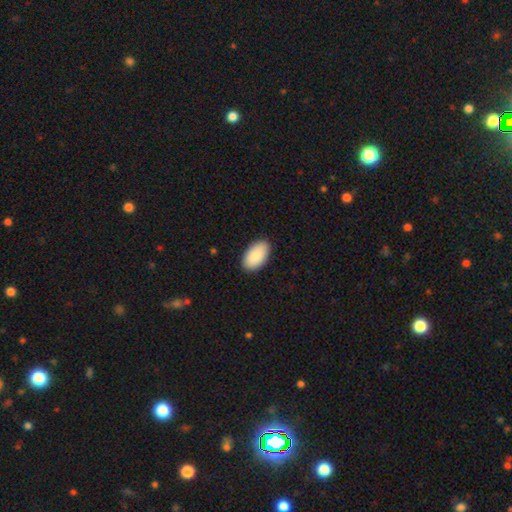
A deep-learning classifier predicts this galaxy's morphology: Smooth or featured? Predicted: smooth (p=0.91). How rounded? Predicted: in between (p=0.96). Merging? Predicted: none (p=0.88).